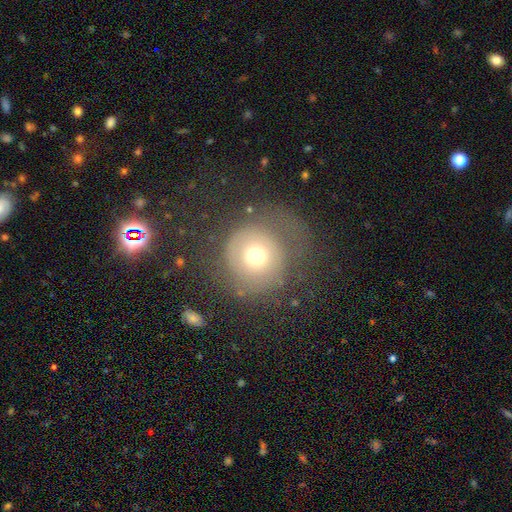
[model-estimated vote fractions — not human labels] A smooth galaxy with no disk features (60%) that is round (91%).

Vote fractions:
- Smooth or featured? smooth: 60% / featured or disk: 29% / star or artifact: 12%
- How rounded? round: 91% / in between: 8% / cigar-shaped: 1%
- Merging? none: 49% / major disturbance: 30% / minor disturbance: 19% / merger: 2%